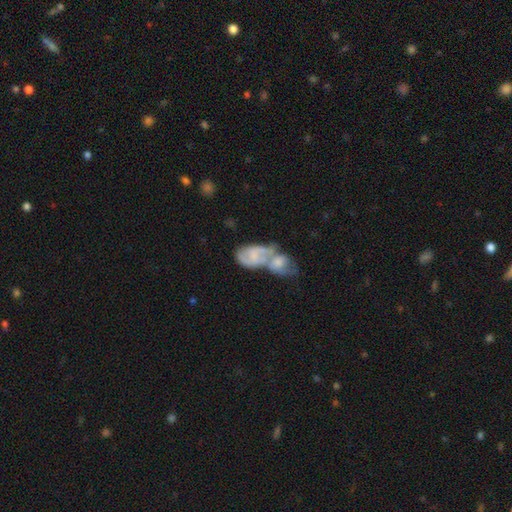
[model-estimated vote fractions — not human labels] A featured or disk galaxy (55%) with no bar (61%), spiral arms (68%) and a small central bulge (40%). Merging: merger (75%).